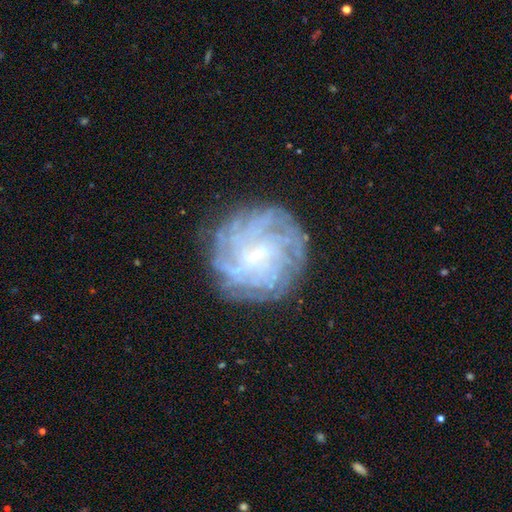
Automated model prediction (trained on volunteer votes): Q: Smooth or featured?
A: featured or disk (76%); runner-up: smooth (14%)
Q: Edge-on disk?
A: no (97%); runner-up: yes (3%)
Q: Bar?
A: weak (49%); runner-up: no (38%)
Q: Spiral arms?
A: yes (87%); runner-up: no (13%)
Q: Spiral winding?
A: tight (68%); runner-up: medium (23%)
Q: Spiral arm count?
A: can't tell (41%); runner-up: more than 4 (24%)
Q: Bulge size?
A: small (81%); runner-up: moderate (10%)
Q: Merging?
A: none (79%); runner-up: minor disturbance (13%)